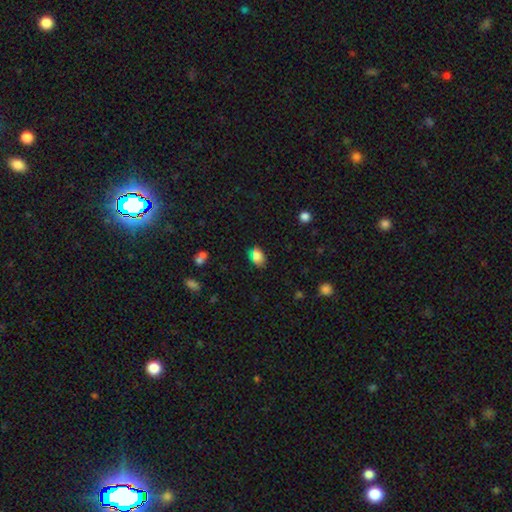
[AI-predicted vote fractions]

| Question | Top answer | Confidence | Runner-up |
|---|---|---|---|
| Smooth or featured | smooth | 78% | star or artifact (16%) |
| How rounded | in between | 82% | round (17%) |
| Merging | none | 74% | minor disturbance (17%) |